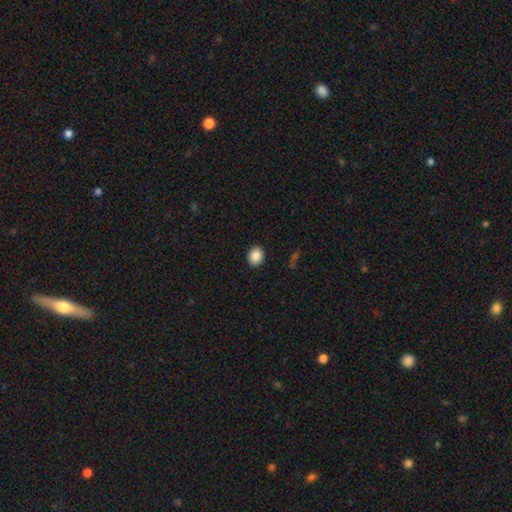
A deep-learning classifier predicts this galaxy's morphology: smooth_or_featured: smooth (p=0.87) [alt: star or artifact p=0.09]
how_rounded: round (p=0.63) [alt: in between p=0.36]
merging: none (p=0.91) [alt: minor disturbance p=0.06]